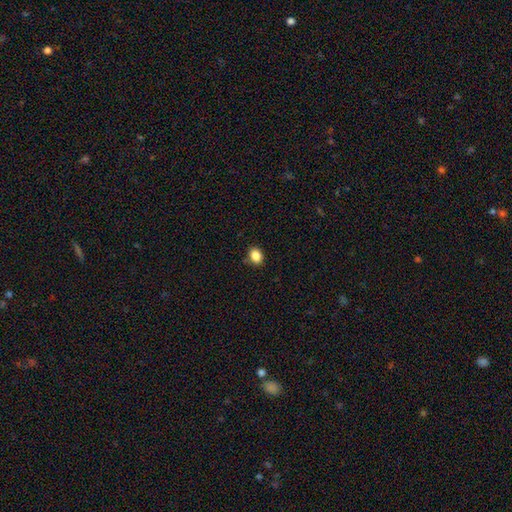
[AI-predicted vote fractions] Smooth or featured: smooth — 86% (star or artifact — 10%)
How rounded: in between — 57% (round — 42%)
Merging: none — 85% (minor disturbance — 10%)